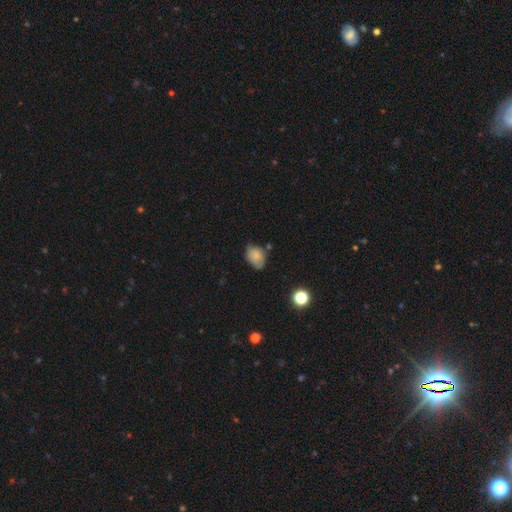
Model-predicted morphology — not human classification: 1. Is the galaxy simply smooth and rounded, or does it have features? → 76% smooth, 14% featured or disk, 10% star or artifact.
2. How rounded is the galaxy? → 73% in between, 26% round, 1% cigar-shaped.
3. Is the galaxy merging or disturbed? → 52% none, 35% minor disturbance, 7% major disturbance, 5% merger.